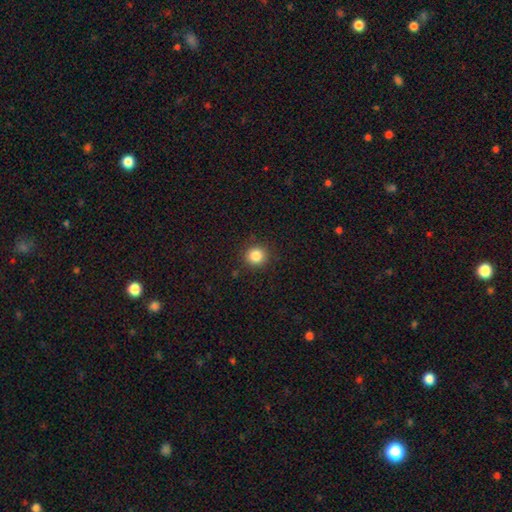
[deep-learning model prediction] This is clearly a smooth galaxy (85%). How rounded: clearly round (93%). Merging: clearly none (90%).